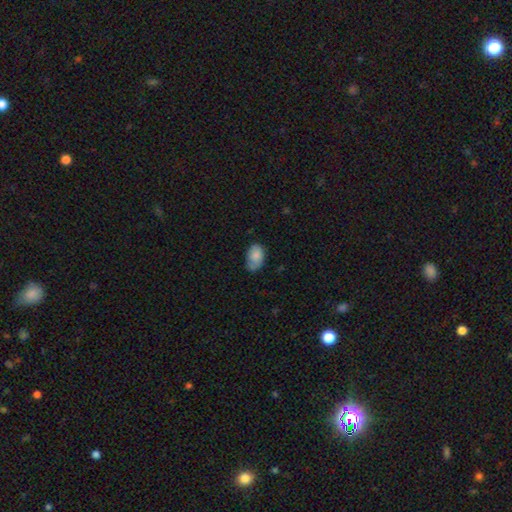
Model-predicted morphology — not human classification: This appears to be a smooth galaxy with no disk features (82%) that is in between round and cigar-shaped (90%). Merging: none (59%).